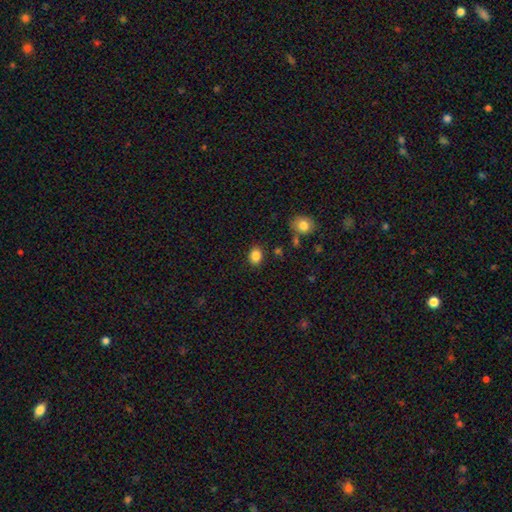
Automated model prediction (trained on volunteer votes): Morphology: type=smooth (85%); roundness=in between (57%); merging=none (85%).